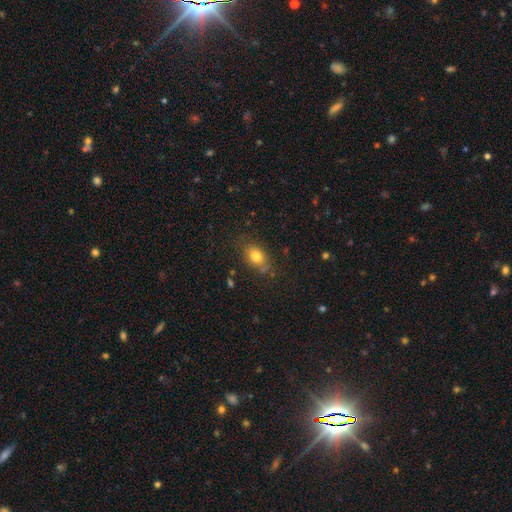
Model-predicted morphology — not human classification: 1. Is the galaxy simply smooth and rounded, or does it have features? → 79% smooth, 11% featured or disk, 10% star or artifact.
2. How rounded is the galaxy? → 75% in between, 23% round, 2% cigar-shaped.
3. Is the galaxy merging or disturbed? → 72% none, 18% minor disturbance, 6% major disturbance, 4% merger.